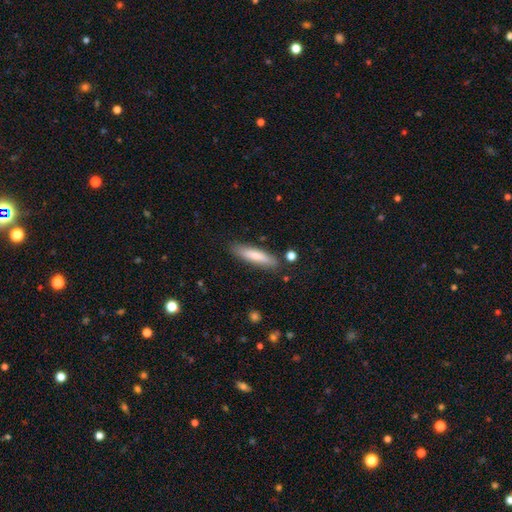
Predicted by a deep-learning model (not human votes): smooth-or-featured: smooth: 76% | featured or disk: 18% | star or artifact: 6%
  how-rounded: cigar-shaped: 77% | in between: 21% | round: 1%
  merging: none: 84% | minor disturbance: 11% | merger: 2% | major disturbance: 2%